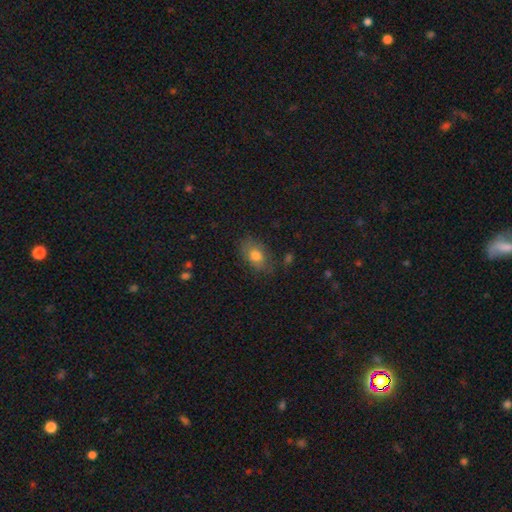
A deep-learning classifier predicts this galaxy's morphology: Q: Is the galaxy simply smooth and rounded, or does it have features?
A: smooth — 78%.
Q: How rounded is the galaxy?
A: in between — 83%.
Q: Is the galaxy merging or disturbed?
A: none — 74%.